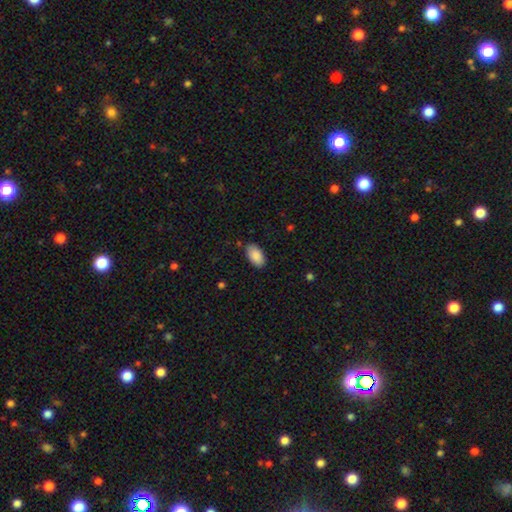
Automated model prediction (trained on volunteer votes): Q: Smooth or featured?
A: smooth (89%); runner-up: star or artifact (7%)
Q: How rounded?
A: in between (95%); runner-up: round (3%)
Q: Merging?
A: none (85%); runner-up: minor disturbance (11%)